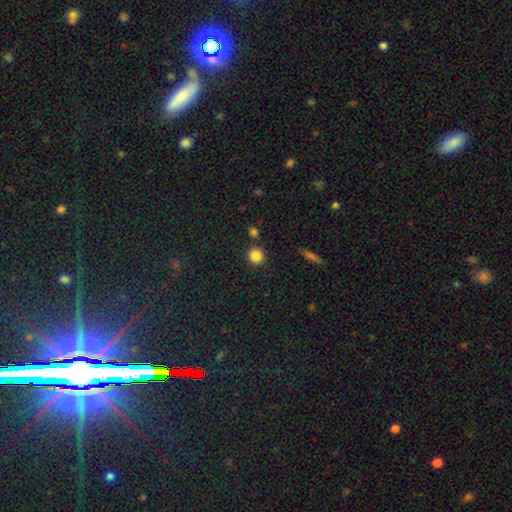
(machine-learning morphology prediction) This is clearly a smooth galaxy (85%). How rounded: clearly round (88%). Merging: clearly none (83%).